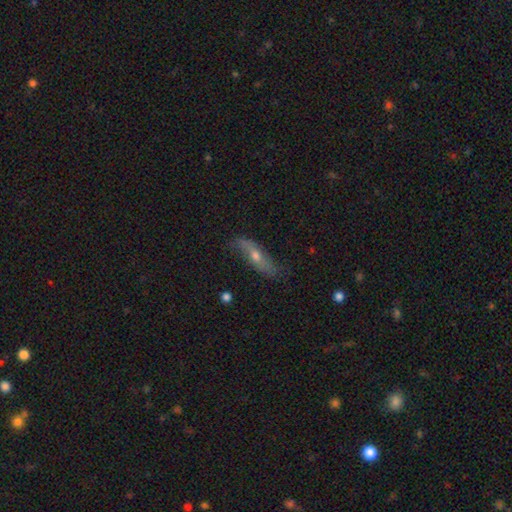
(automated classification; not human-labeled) This appears to be a featured or disk galaxy (58%). Merging: none (70%).